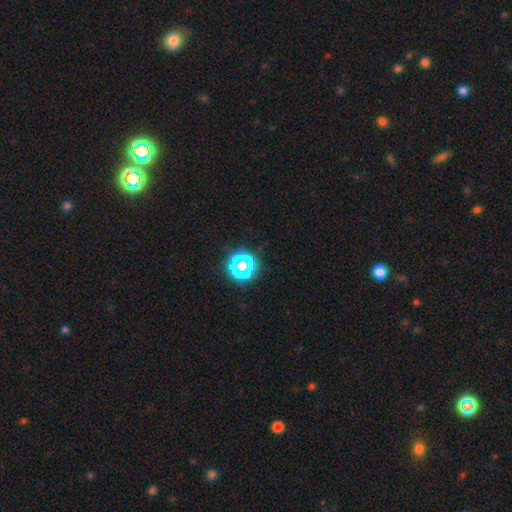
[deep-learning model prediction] A star or artifact, not a galaxy (70%).

Vote fractions:
- Smooth or featured? star or artifact: 70% / smooth: 23% / featured or disk: 7%